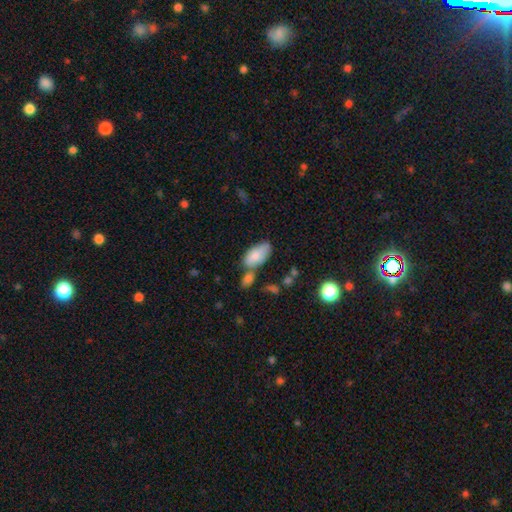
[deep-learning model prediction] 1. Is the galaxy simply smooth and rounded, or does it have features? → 80% smooth, 13% featured or disk, 7% star or artifact.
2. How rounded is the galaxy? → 93% in between, 4% cigar-shaped, 3% round.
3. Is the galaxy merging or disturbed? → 44% none, 27% merger, 22% minor disturbance, 8% major disturbance.